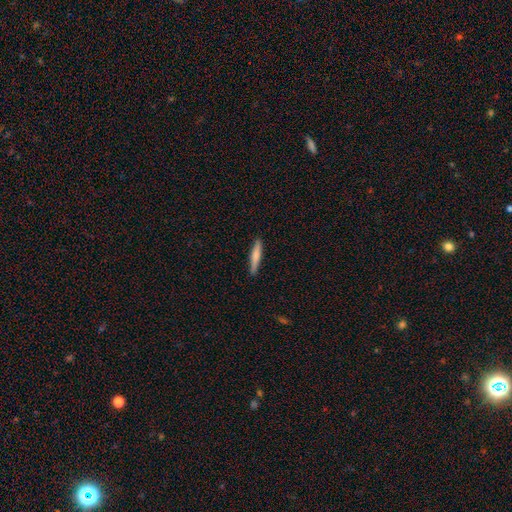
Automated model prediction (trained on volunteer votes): smooth 71%, featured or disk 23%, star or artifact 5%. Down the decision tree: how rounded — cigar-shaped (92%); merging — none (88%).